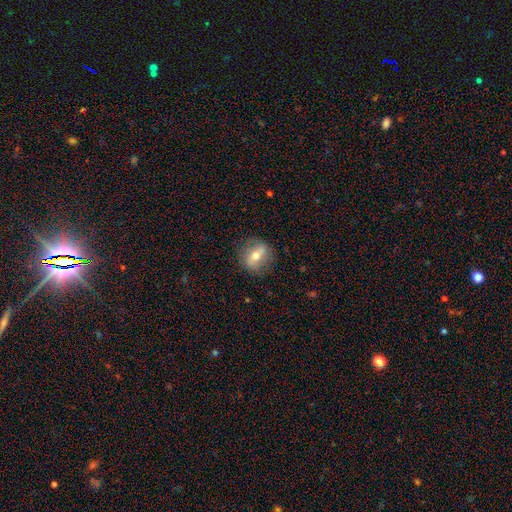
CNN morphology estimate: smooth 48%, featured or disk 44%, star or artifact 8%. Down the decision tree: merging — none (83%).